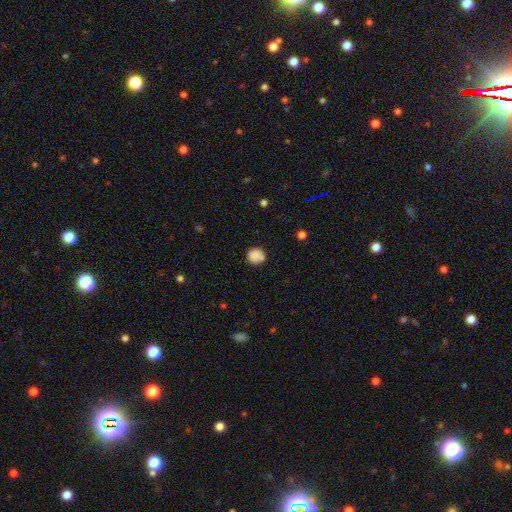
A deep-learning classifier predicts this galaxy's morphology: smooth_or_featured: smooth (p=0.84) [alt: star or artifact p=0.10]
how_rounded: round (p=0.84) [alt: in between p=0.15]
merging: none (p=0.73) [alt: minor disturbance p=0.17]